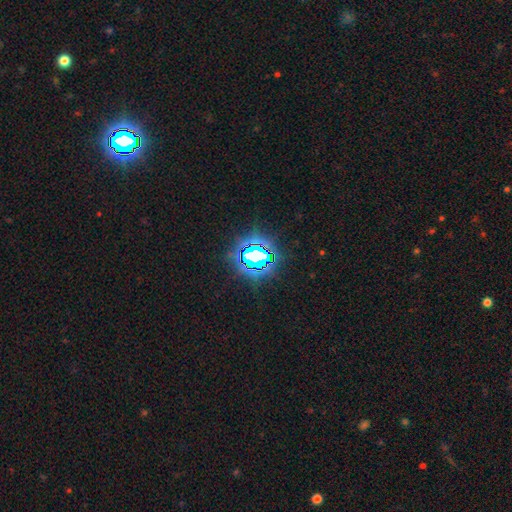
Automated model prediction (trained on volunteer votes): This is likely a star or artifact rather than a galaxy (74%).